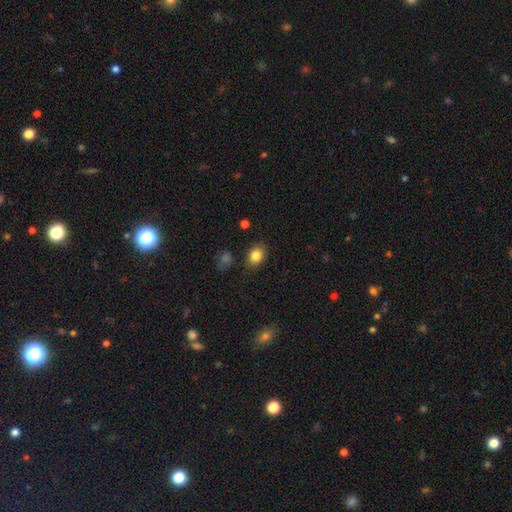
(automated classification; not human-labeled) smooth_or_featured: smooth (p=0.84) [alt: star or artifact p=0.10]
how_rounded: in between (p=0.62) [alt: round p=0.36]
merging: none (p=0.84) [alt: minor disturbance p=0.11]